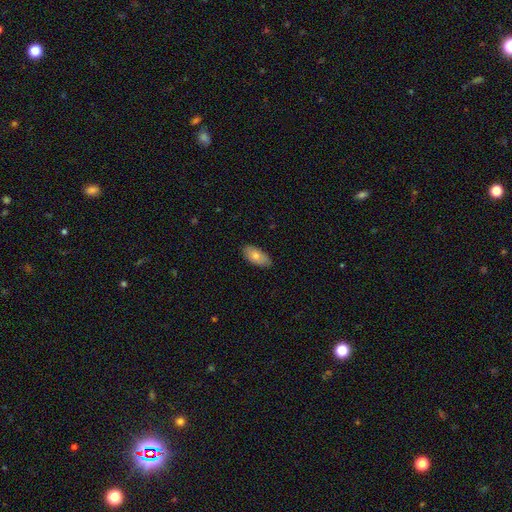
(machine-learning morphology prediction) Smooth or featured?
  - smooth: 74% *
  - featured or disk: 20%
  - star or artifact: 6%
How rounded?
  - in between: 93% *
  - cigar-shaped: 5%
  - round: 3%
Merging?
  - none: 85% *
  - minor disturbance: 12%
  - major disturbance: 2%
  - merger: 1%